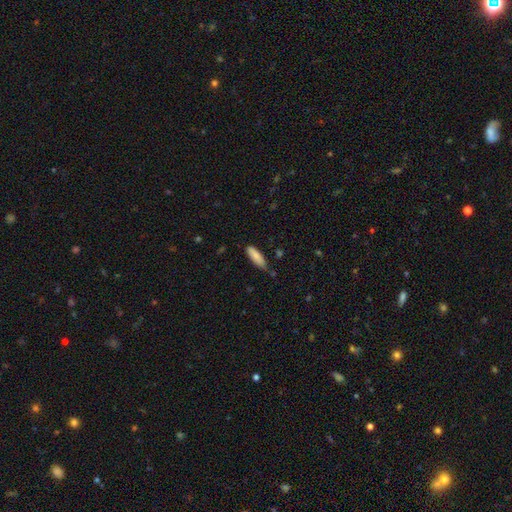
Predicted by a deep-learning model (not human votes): Morphology: type=smooth (85%); roundness=cigar-shaped (52%); merging=none (69%).